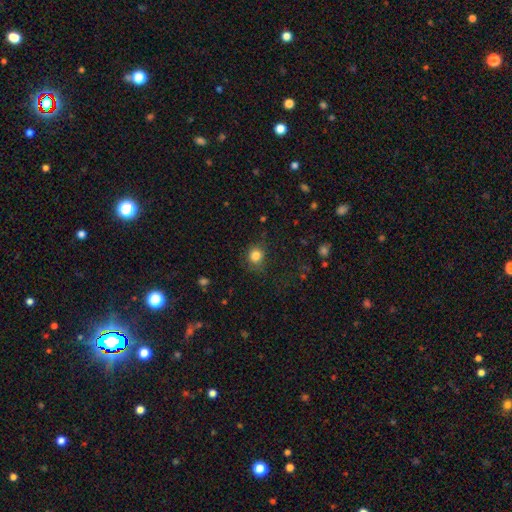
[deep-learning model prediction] A smooth galaxy with no disk features (83%) that is round (86%). Merging: none (80%).